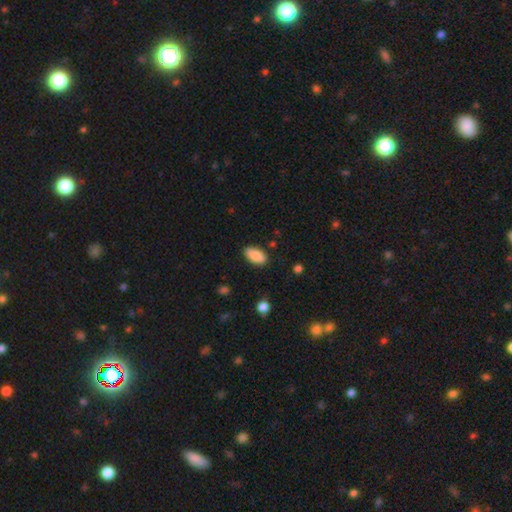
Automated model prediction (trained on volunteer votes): Smooth or featured?
  - smooth: 88% *
  - star or artifact: 7%
  - featured or disk: 5%
How rounded?
  - in between: 93% *
  - cigar-shaped: 4%
  - round: 3%
Merging?
  - none: 85% *
  - minor disturbance: 11%
  - major disturbance: 2%
  - merger: 1%